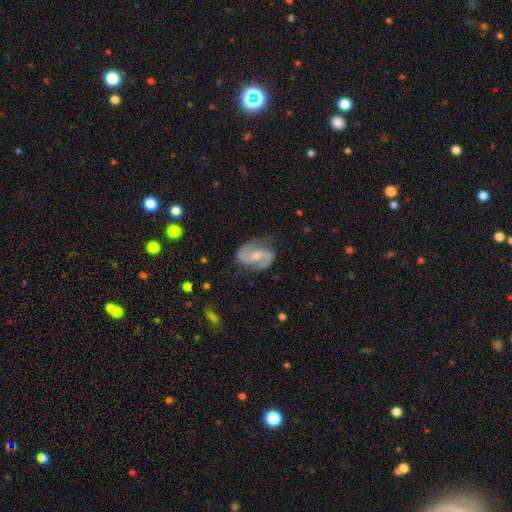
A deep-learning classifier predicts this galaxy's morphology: A featured or disk galaxy (85%) with a weak bar (46%), 2 (92%) medium (53%) spiral arms (96%) and a moderate central bulge (50%). Merging: none (76%).